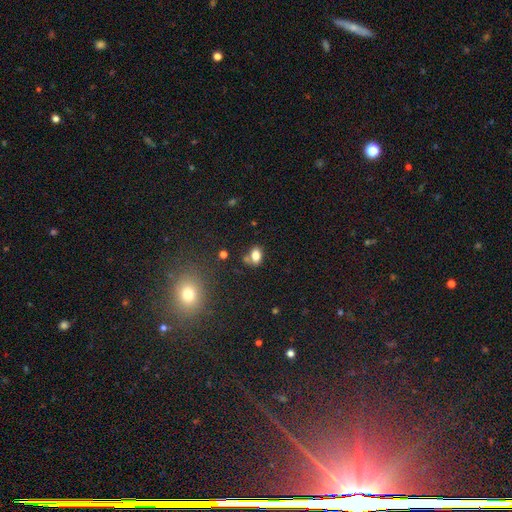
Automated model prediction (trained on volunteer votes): Smooth or featured?
  - smooth: 80% *
  - star or artifact: 11%
  - featured or disk: 9%
How rounded?
  - in between: 79% *
  - round: 19%
  - cigar-shaped: 2%
Merging?
  - none: 58% *
  - merger: 20%
  - minor disturbance: 17%
  - major disturbance: 5%